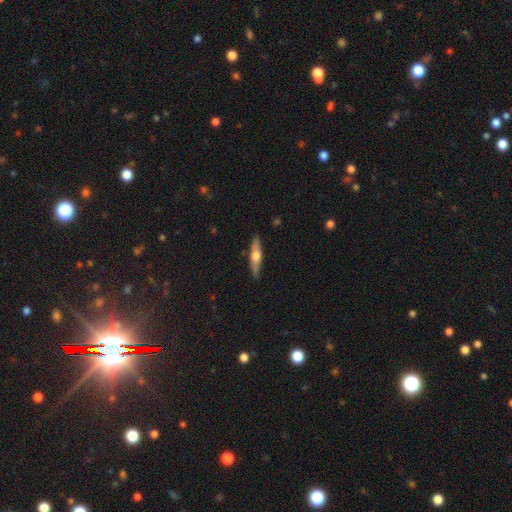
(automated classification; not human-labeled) Smooth or featured?
  - featured or disk: 54% *
  - smooth: 41%
  - star or artifact: 5%
Edge-on disk?
  - yes: 93% *
  - no: 7%
Merging?
  - none: 88% *
  - minor disturbance: 9%
  - major disturbance: 2%
  - merger: 1%